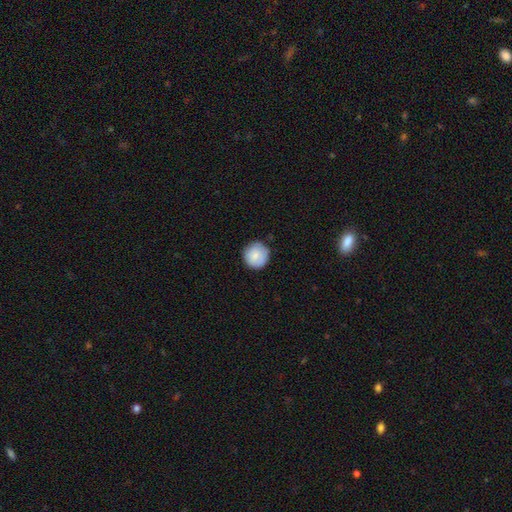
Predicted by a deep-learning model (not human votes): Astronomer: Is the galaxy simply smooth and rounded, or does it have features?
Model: smooth — 84%.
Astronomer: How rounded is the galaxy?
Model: round — 94%.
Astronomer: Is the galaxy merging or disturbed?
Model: none — 84%.